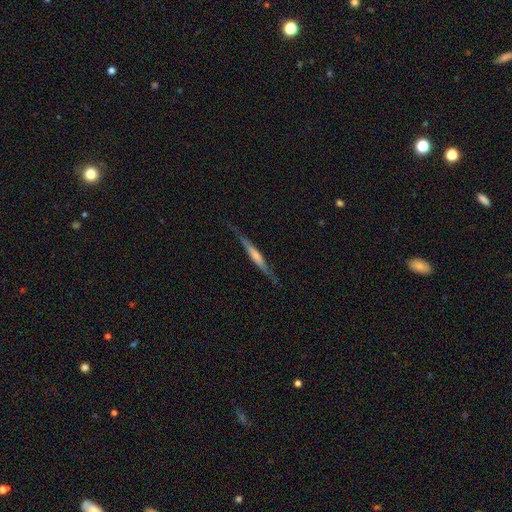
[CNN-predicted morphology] A featured or disk galaxy (59%) viewed edge-on (92%) with no central bulge (38%).

Vote fractions:
- Smooth or featured? featured or disk: 59% / smooth: 36% / star or artifact: 5%
- Edge-on disk? yes: 92% / no: 8%
- Edge-on bulge? none: 38% / rounded: 33% / boxy: 29%
- Merging? none: 74% / minor disturbance: 19% / major disturbance: 5% / merger: 2%